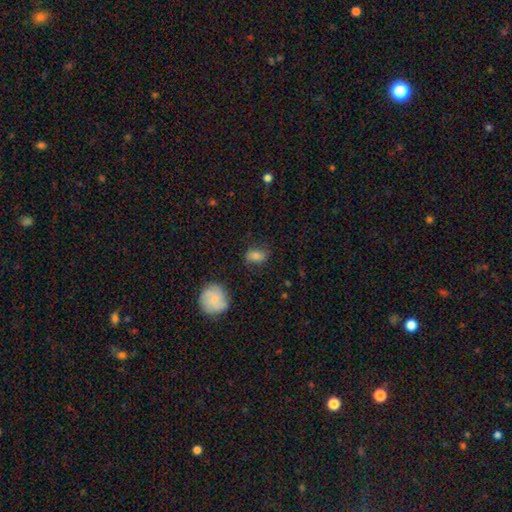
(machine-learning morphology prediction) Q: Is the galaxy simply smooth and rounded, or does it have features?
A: smooth — 68%.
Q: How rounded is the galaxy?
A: in between — 76%.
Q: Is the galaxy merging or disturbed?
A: none — 71%.